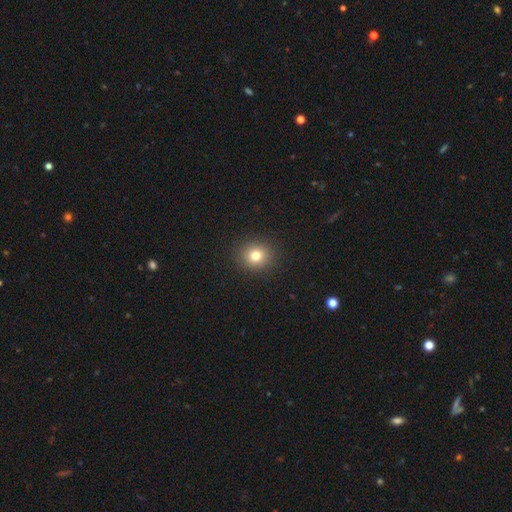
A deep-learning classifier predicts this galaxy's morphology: smooth 79%, star or artifact 13%, featured or disk 8%. Down the decision tree: how rounded — round (84%); merging — none (91%).